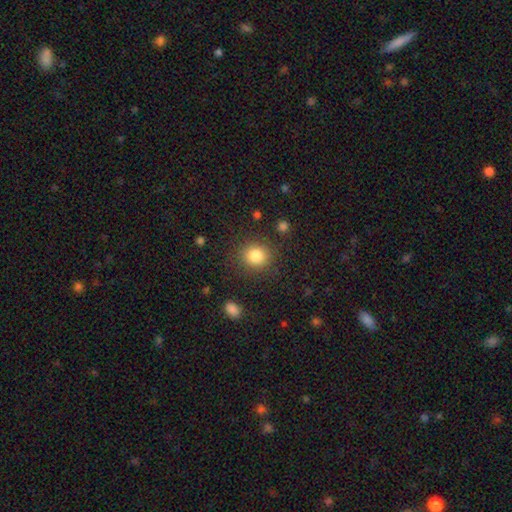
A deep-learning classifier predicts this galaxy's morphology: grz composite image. It shows a smooth galaxy with no disk features (84%) that is round (80%). Merging: none (85%).